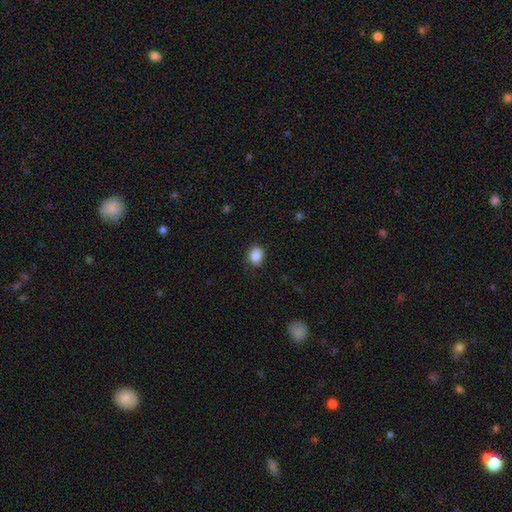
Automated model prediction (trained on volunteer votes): smooth-or-featured: smooth: 88% | star or artifact: 9% | featured or disk: 4%
  how-rounded: in between: 50% | round: 49% | cigar-shaped: 1%
  merging: none: 84% | minor disturbance: 12% | major disturbance: 3% | merger: 1%